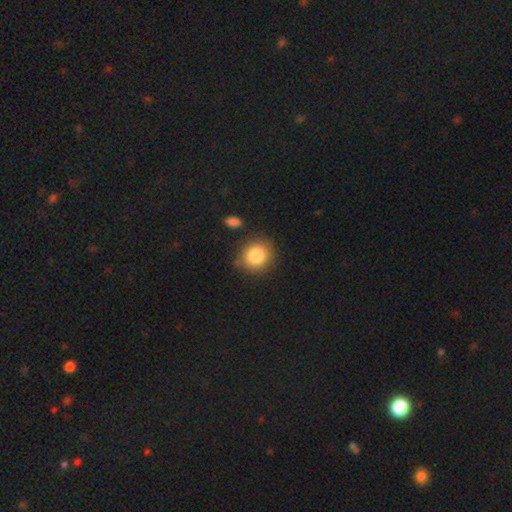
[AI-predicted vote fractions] Morphology: type=smooth (83%); roundness=round (84%); merging=none (83%).